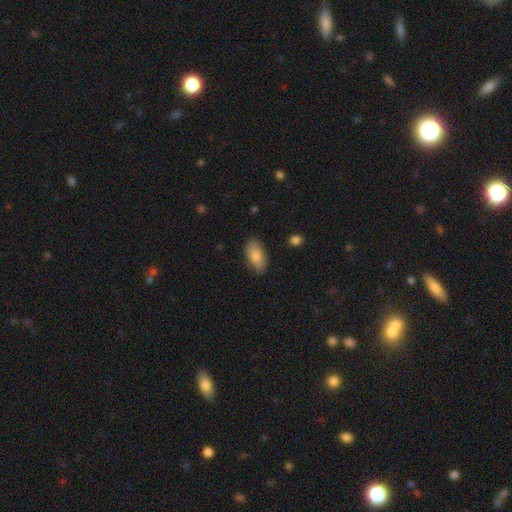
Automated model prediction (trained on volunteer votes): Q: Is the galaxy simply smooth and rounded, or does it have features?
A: smooth — 83%.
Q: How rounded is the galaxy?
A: in between — 92%.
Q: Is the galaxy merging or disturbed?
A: none — 82%.